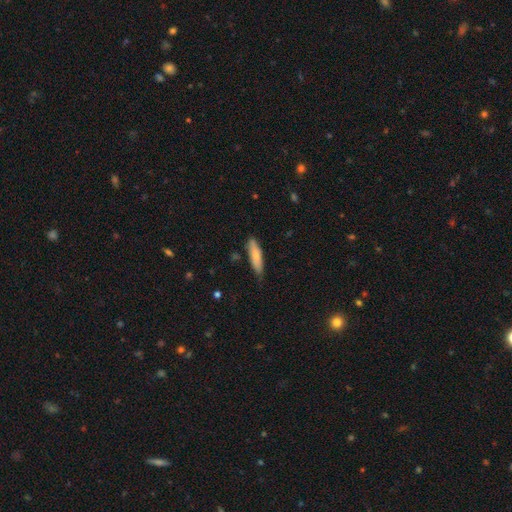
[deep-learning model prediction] Smooth or featured: smooth — 76% (featured or disk — 18%)
How rounded: cigar-shaped — 74% (in between — 25%)
Merging: none — 73% (minor disturbance — 22%)